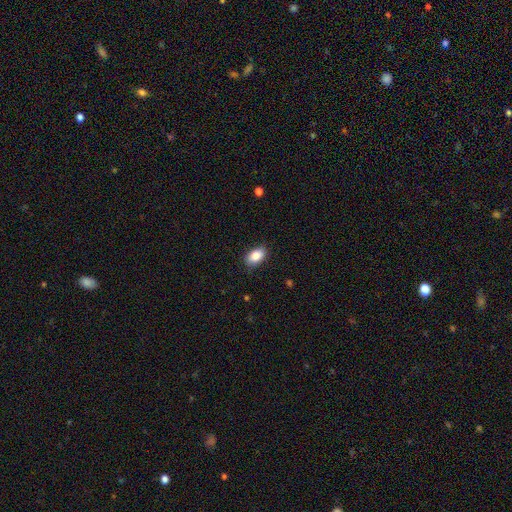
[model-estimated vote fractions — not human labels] Smooth or featured? Predicted: smooth (p=0.85). How rounded? Predicted: in between (p=0.91). Merging? Predicted: none (p=0.86).